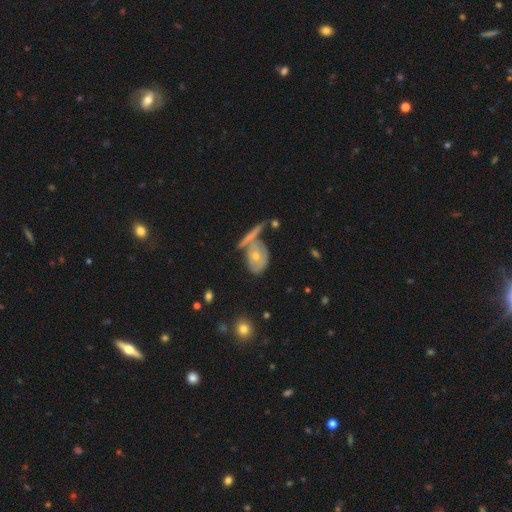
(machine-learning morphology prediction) Smooth or featured? Predicted: featured or disk (p=0.57). Edge-on disk? Predicted: no (p=0.81). Merging? Predicted: none (p=0.49).